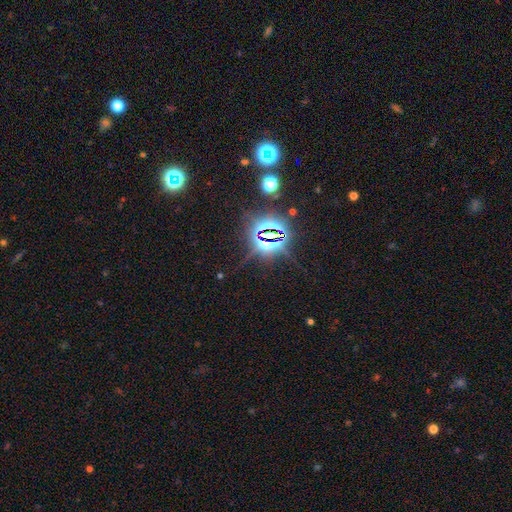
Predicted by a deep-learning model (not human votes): This appears to be a star or artifact, not a galaxy (84%).